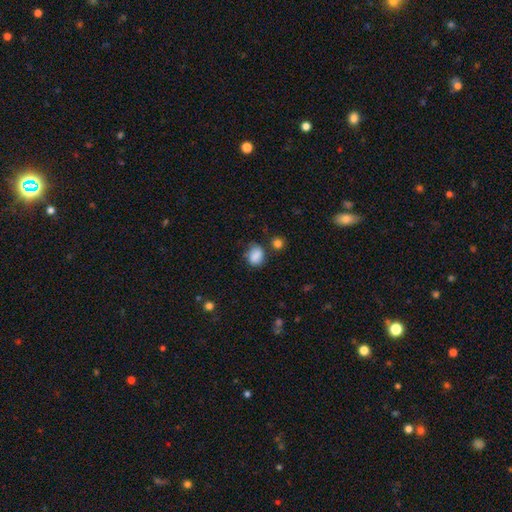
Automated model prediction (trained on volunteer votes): The model was most divided on "how rounded": in between: 50%, round: 49%, cigar-shaped: 1%. More confident: smooth or featured — smooth (83%); merging — none (56%).